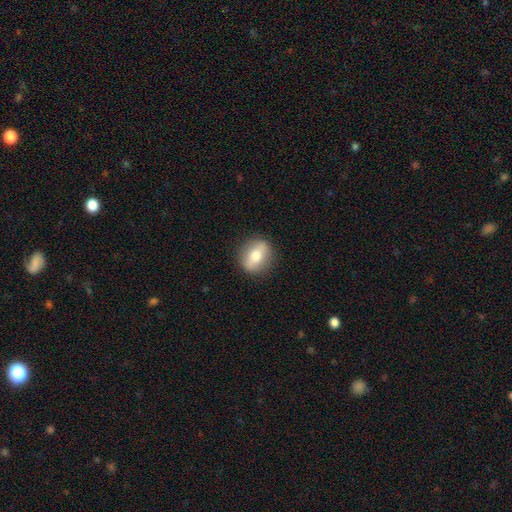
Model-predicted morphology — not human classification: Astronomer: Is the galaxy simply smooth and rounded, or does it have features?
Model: smooth — 57% (runner-up: featured or disk, 35%).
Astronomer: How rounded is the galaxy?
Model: round — 58% (runner-up: in between, 39%).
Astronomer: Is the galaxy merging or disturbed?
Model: none — 87%.